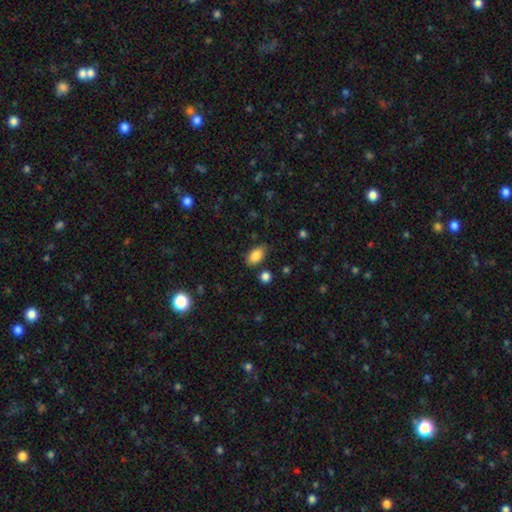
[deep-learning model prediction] Smooth or featured? smooth (86%)
How rounded? in between (91%)
Merging? none (78%)